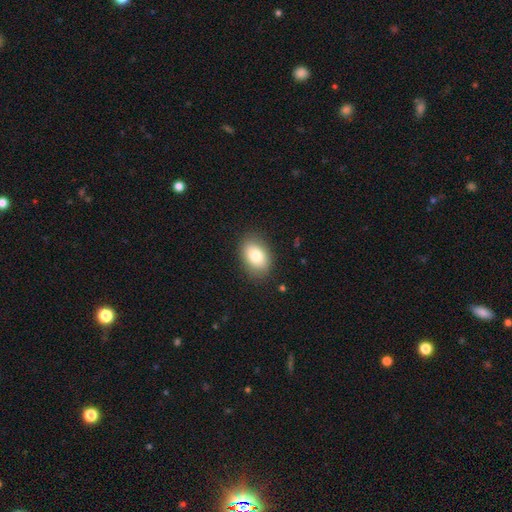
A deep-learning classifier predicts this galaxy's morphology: A smooth galaxy with no disk features (80%) that is in between round and cigar-shaped (84%). Merging: none (85%).